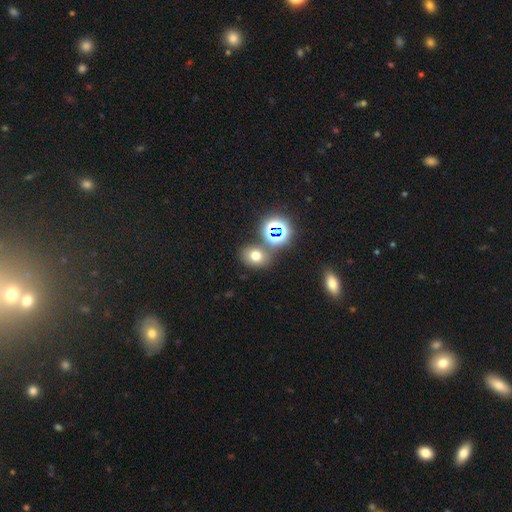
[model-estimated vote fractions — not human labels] Smooth or featured?
  - smooth: 65% *
  - star or artifact: 24%
  - featured or disk: 11%
How rounded?
  - round: 53% *
  - in between: 46%
  - cigar-shaped: 1%
Merging?
  - none: 70% *
  - merger: 16%
  - minor disturbance: 10%
  - major disturbance: 4%